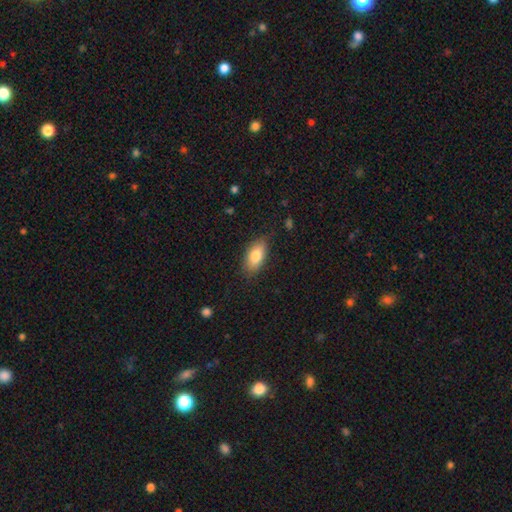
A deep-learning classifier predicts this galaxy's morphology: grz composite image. It shows a smooth galaxy with no disk features (81%) that is in between round and cigar-shaped (90%). Merging: none (81%).